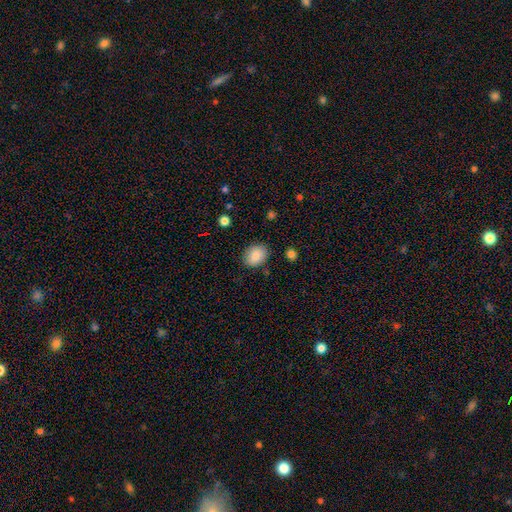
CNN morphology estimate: A smooth galaxy with no disk features (86%) that is in between round and cigar-shaped (64%).

Vote fractions:
- Smooth or featured? smooth: 86% / star or artifact: 8% / featured or disk: 6%
- How rounded? in between: 64% / round: 35% / cigar-shaped: 1%
- Merging? none: 84% / minor disturbance: 12% / major disturbance: 3% / merger: 2%